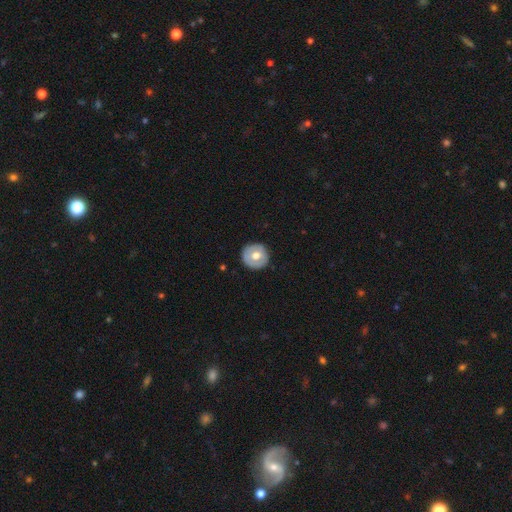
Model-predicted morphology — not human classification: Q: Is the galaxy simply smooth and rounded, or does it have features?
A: smooth — 55%.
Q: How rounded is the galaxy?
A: round — 92%.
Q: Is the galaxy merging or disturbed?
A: none — 86%.